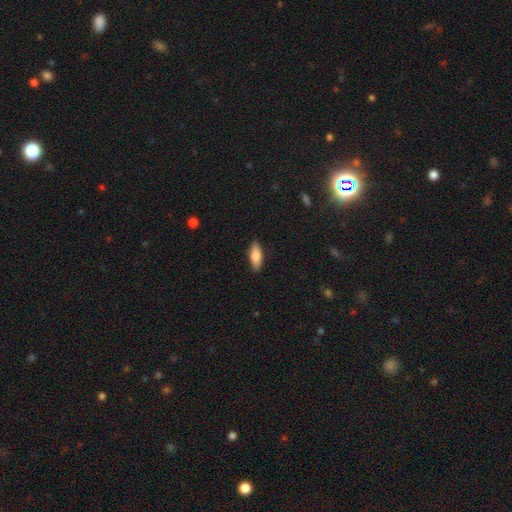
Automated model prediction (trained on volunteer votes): This appears to be a smooth galaxy with no disk features (80%) that is in between round and cigar-shaped (66%). Merging: none (89%).